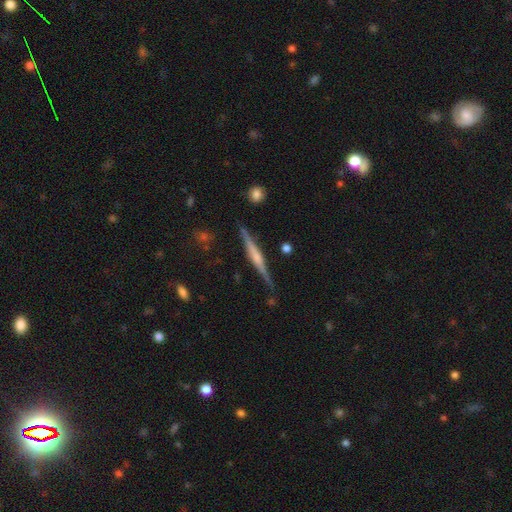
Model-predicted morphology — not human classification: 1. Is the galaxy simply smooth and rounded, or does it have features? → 72% featured or disk, 22% smooth, 6% star or artifact.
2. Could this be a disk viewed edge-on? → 98% yes, 2% no.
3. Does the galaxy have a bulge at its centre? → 51% rounded, 29% boxy, 20% none.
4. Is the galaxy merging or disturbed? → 85% none, 11% minor disturbance, 2% major disturbance, 2% merger.